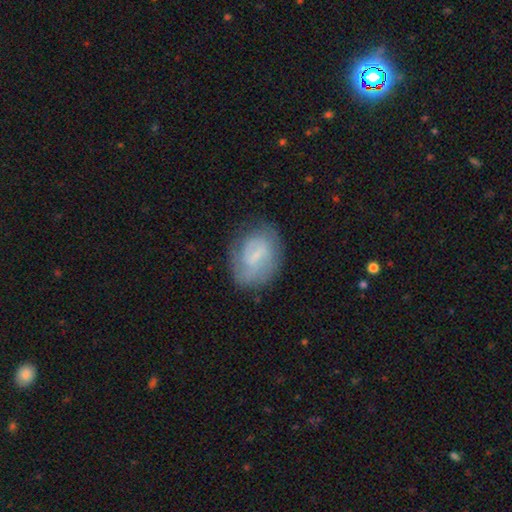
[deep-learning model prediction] A featured or disk galaxy (60%) with a weak bar (56%), spiral arms (77%) and a small central bulge (58%).

Vote fractions:
- Smooth or featured? featured or disk: 60% / smooth: 32% / star or artifact: 8%
- Edge-on disk? no: 97% / yes: 3%
- Bar? weak: 56% / no: 24% / strong: 19%
- Spiral arms? yes: 77% / no: 23%
- Bulge size? small: 58% / none: 25% / moderate: 15% / large: 2% / dominant: 1%
- Merging? none: 70% / minor disturbance: 20% / major disturbance: 9% / merger: 2%